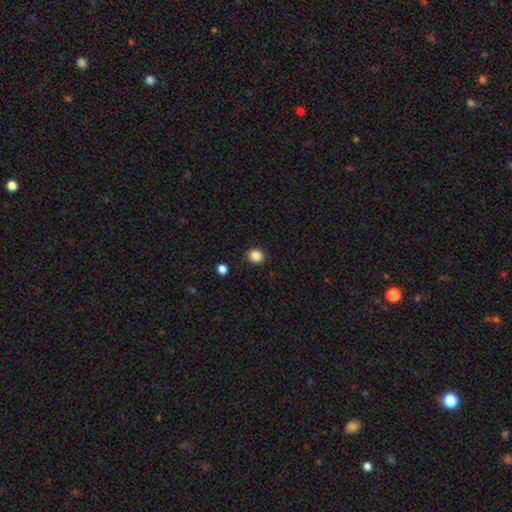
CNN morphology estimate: smooth-or-featured: smooth: 86% | star or artifact: 11% | featured or disk: 3%
  how-rounded: round: 78% | in between: 21% | cigar-shaped: 1%
  merging: none: 89% | minor disturbance: 7% | major disturbance: 2% | merger: 2%